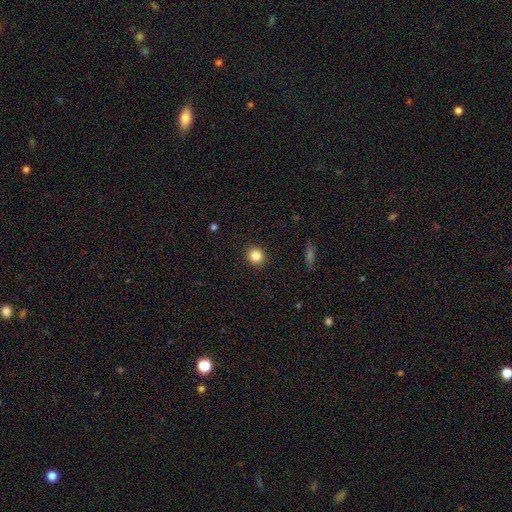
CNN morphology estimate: smooth-or-featured: smooth: 84% | star or artifact: 11% | featured or disk: 5%
  how-rounded: round: 85% | in between: 14% | cigar-shaped: 1%
  merging: none: 92% | minor disturbance: 6% | major disturbance: 2% | merger: 1%